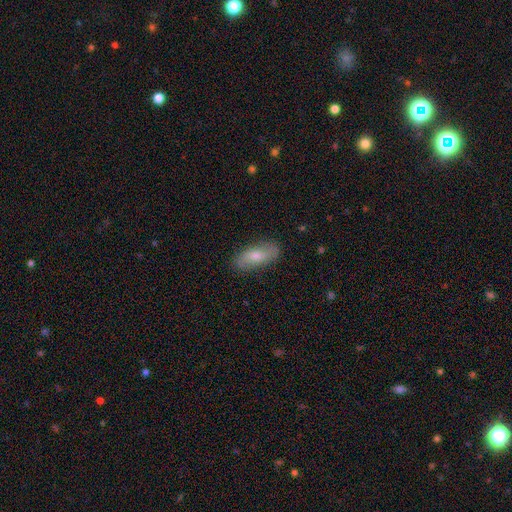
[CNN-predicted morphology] Smooth or featured? smooth (63%)
How rounded? in between (78%)
Merging? none (85%)